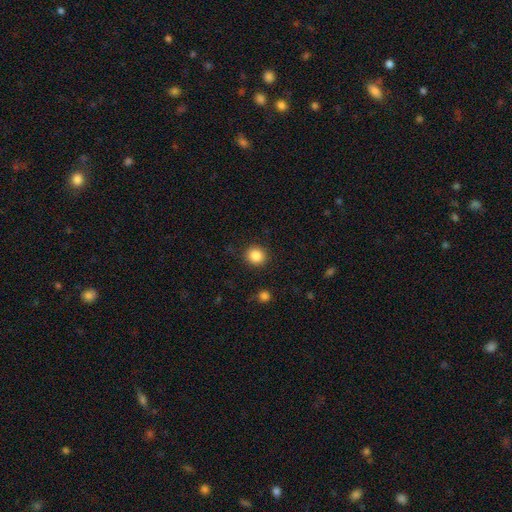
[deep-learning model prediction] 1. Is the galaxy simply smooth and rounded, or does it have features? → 86% smooth, 10% star or artifact, 4% featured or disk.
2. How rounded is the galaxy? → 85% round, 14% in between, 1% cigar-shaped.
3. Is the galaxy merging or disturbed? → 89% none, 7% minor disturbance, 3% major disturbance, 1% merger.